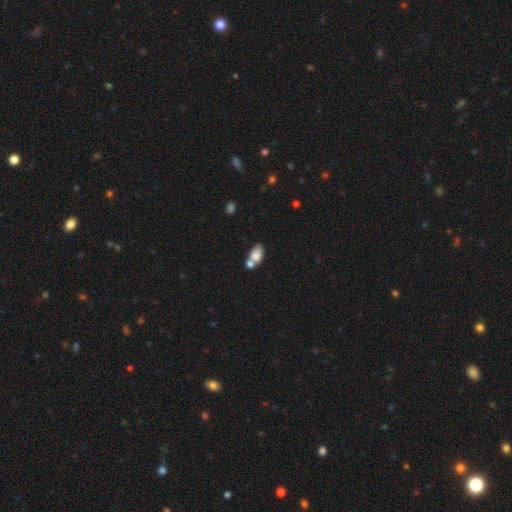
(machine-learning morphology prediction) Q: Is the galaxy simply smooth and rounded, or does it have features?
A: smooth — 78%.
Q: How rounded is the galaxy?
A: in between — 87%.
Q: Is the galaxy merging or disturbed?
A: merger — 47%.